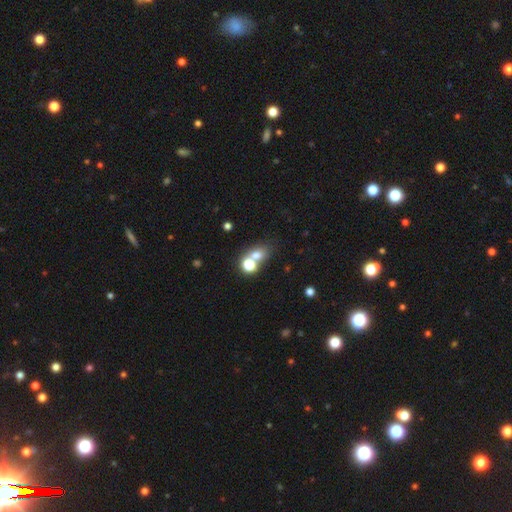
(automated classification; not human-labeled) Overall: smooth (68%). How rounded: round (56%; in between 42%). Merging: none (44%; merger 43%).